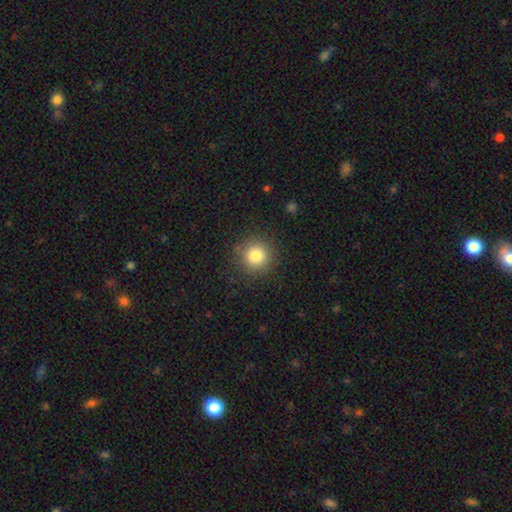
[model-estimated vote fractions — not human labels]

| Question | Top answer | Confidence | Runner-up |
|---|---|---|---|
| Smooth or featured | smooth | 82% | star or artifact (11%) |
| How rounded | round | 94% | in between (5%) |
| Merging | none | 89% | minor disturbance (7%) |